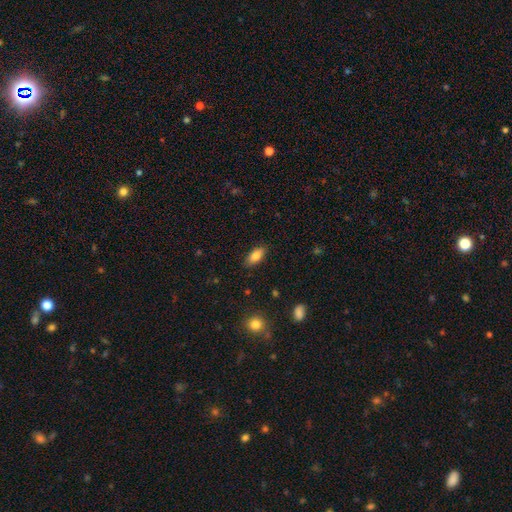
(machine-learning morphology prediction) A smooth galaxy with no disk features (83%) that is in between round and cigar-shaped (87%).

Vote fractions:
- Smooth or featured? smooth: 83% / featured or disk: 9% / star or artifact: 8%
- How rounded? in between: 87% / cigar-shaped: 10% / round: 3%
- Merging? none: 86% / minor disturbance: 10% / major disturbance: 2% / merger: 1%